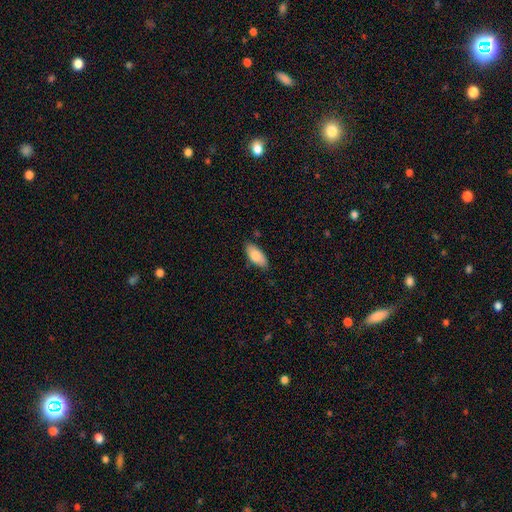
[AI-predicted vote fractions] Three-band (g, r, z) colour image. It shows a smooth galaxy with no disk features (84%) that is in between round and cigar-shaped (89%). Merging: none (80%).